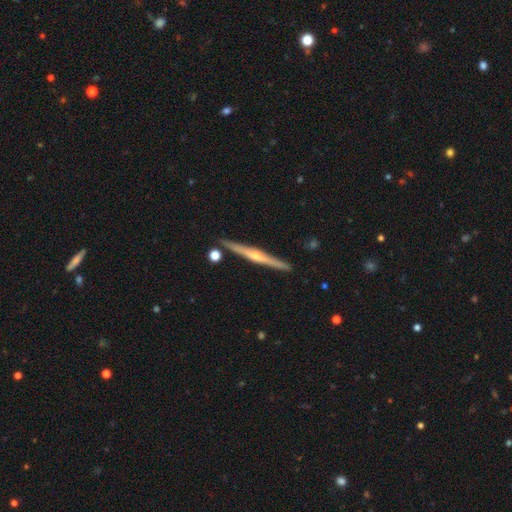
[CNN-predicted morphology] smooth_or_featured: featured or disk (p=0.79) [alt: smooth p=0.15]
disk_edge_on: yes (p=0.98) [alt: no p=0.02]
edge_on_bulge: rounded (p=0.84) [alt: none p=0.12]
merging: none (p=0.90) [alt: minor disturbance p=0.06]